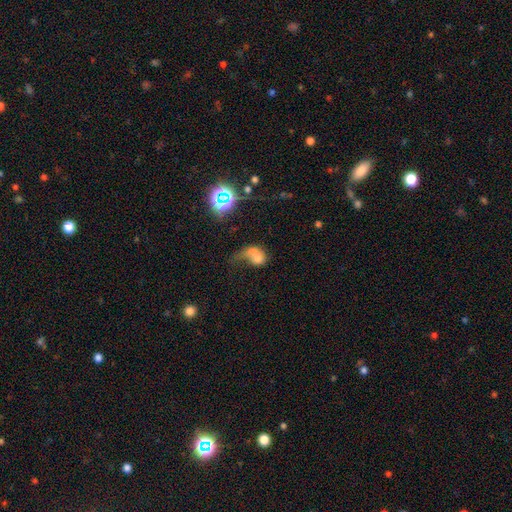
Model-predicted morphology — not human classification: The model was most divided on "how rounded": in between: 55%, round: 43%, cigar-shaped: 2%. Remaining: smooth or featured — smooth (55%); merging — merger (46%).